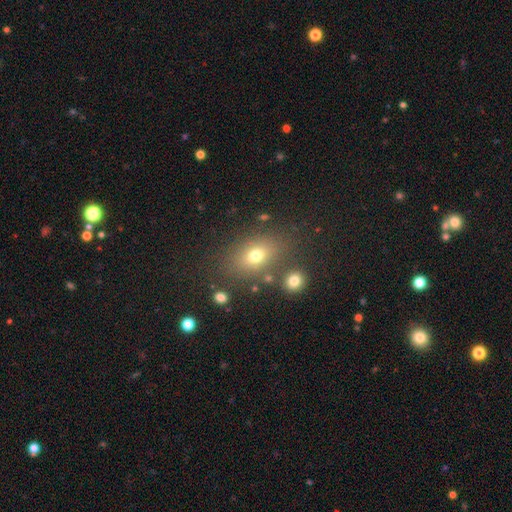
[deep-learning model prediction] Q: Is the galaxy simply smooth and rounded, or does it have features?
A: smooth — 71%.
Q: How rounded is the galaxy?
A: in between — 70%.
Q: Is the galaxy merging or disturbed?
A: none — 75%.